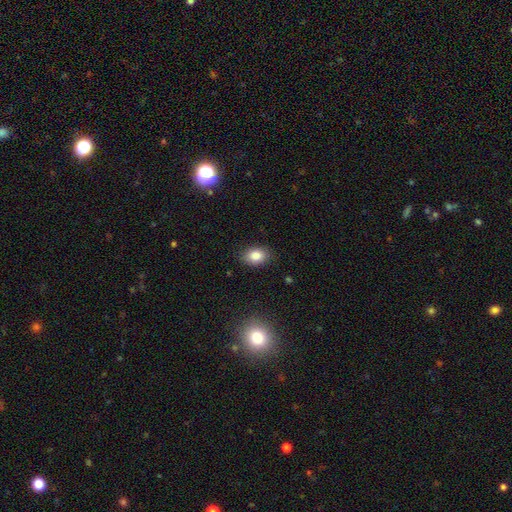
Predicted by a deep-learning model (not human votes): This appears to be a smooth galaxy with no disk features (84%) that is in between round and cigar-shaped (77%). Merging: none (85%).